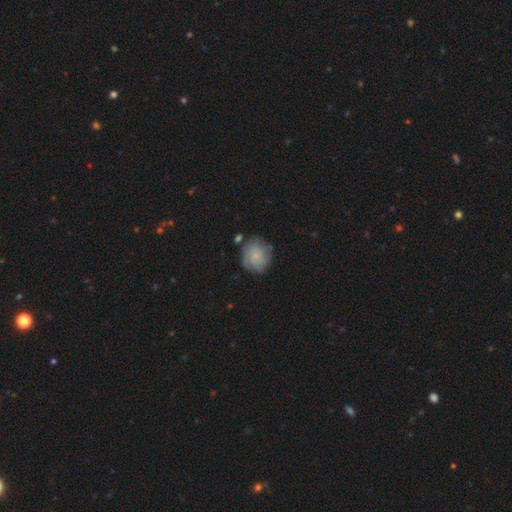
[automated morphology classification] Smooth or featured? Predicted: smooth (p=0.60). How rounded? Predicted: round (p=0.77). Merging? Predicted: none (p=0.68).